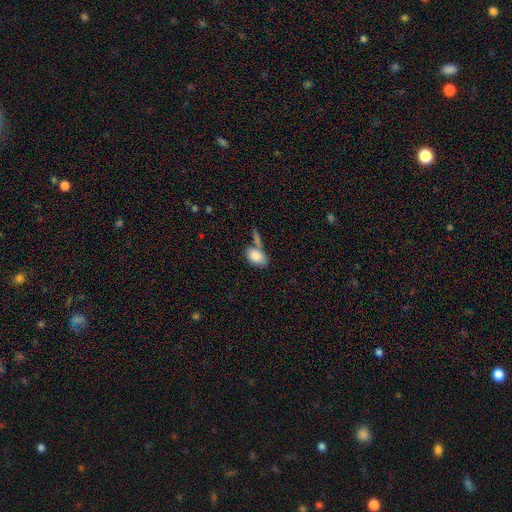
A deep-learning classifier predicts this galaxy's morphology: Q: Smooth or featured?
A: smooth (82%); runner-up: featured or disk (11%)
Q: How rounded?
A: in between (89%); runner-up: round (8%)
Q: Merging?
A: none (44%); runner-up: merger (31%)